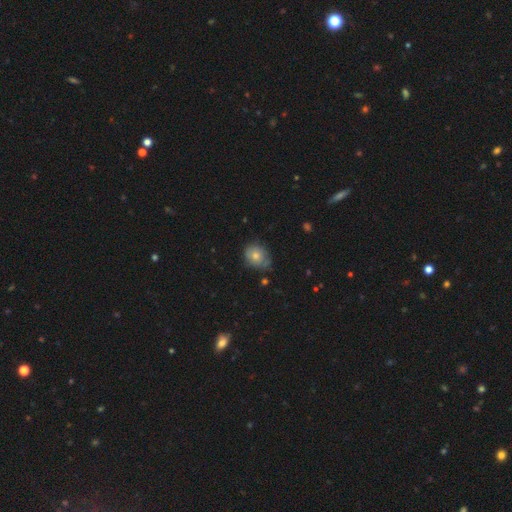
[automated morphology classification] Q: Smooth or featured?
A: smooth (73%); runner-up: featured or disk (18%)
Q: How rounded?
A: round (58%); runner-up: in between (41%)
Q: Merging?
A: none (60%); runner-up: minor disturbance (30%)